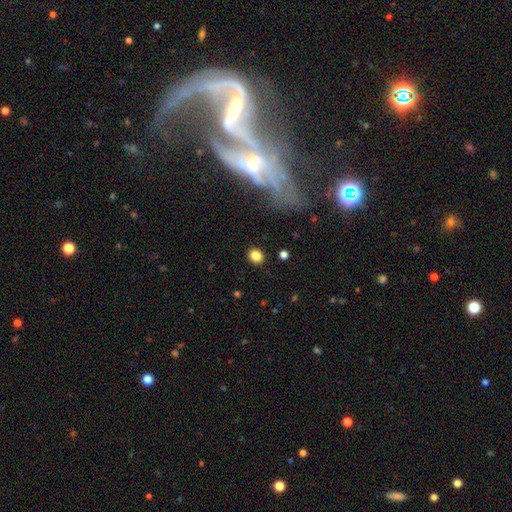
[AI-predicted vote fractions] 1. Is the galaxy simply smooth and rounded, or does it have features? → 84% smooth, 11% star or artifact, 5% featured or disk.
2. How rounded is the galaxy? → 61% round, 38% in between, 1% cigar-shaped.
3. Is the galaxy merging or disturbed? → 88% none, 8% minor disturbance, 3% major disturbance, 2% merger.